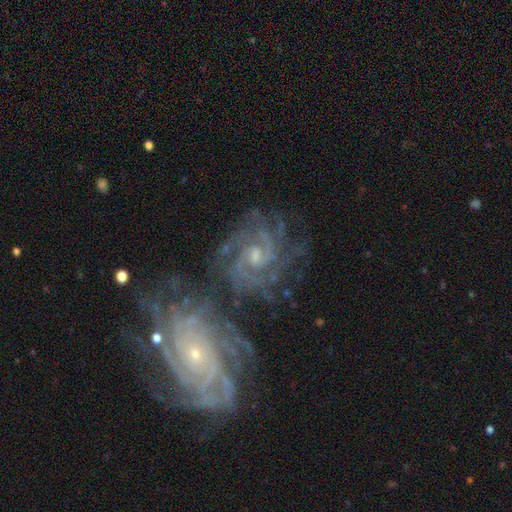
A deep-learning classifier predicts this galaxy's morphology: featured or disk 87%, star or artifact 7%, smooth 5%. Down the decision tree: edge-on disk — no (97%); bar — no (59%); spiral arms — yes (97%); spiral arm count — can't tell (25%); spiral winding — tight (66%); bulge size — small (68%); merging — none (56%).